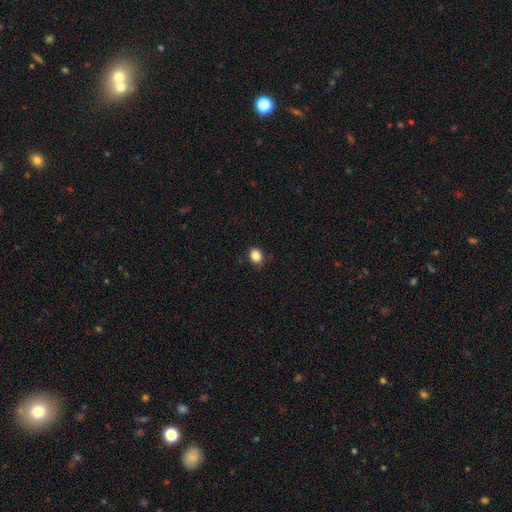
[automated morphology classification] Smooth or featured? Predicted: smooth (p=0.86). How rounded? Predicted: round (p=0.54). Merging? Predicted: none (p=0.80).